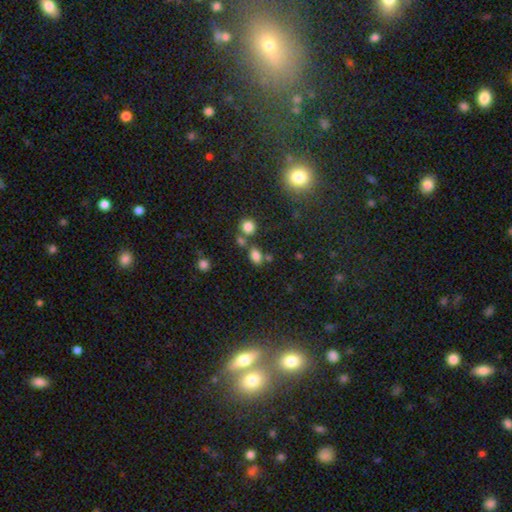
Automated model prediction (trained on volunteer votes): Q: Smooth or featured?
A: smooth (78%); runner-up: star or artifact (15%)
Q: How rounded?
A: in between (80%); runner-up: round (18%)
Q: Merging?
A: none (63%); runner-up: merger (20%)